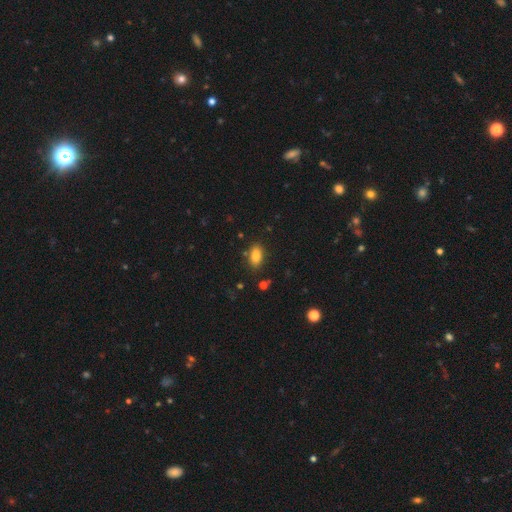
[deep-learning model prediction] smooth 83%, star or artifact 9%, featured or disk 8%. Down the decision tree: how rounded — in between (89%); merging — none (83%).